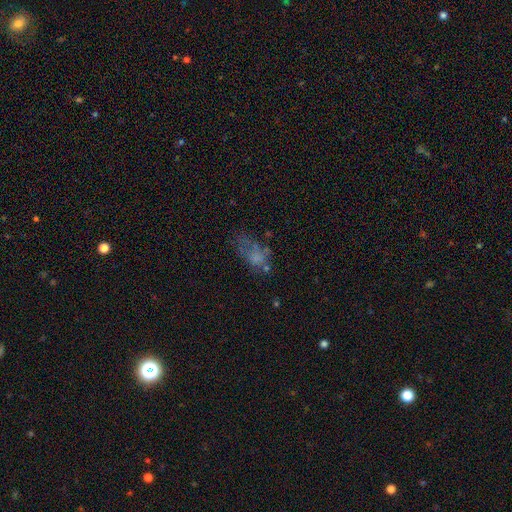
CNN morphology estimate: This is possibly a smooth galaxy (52%). How rounded: clearly in between (82%). Merging: marginally none (35%).